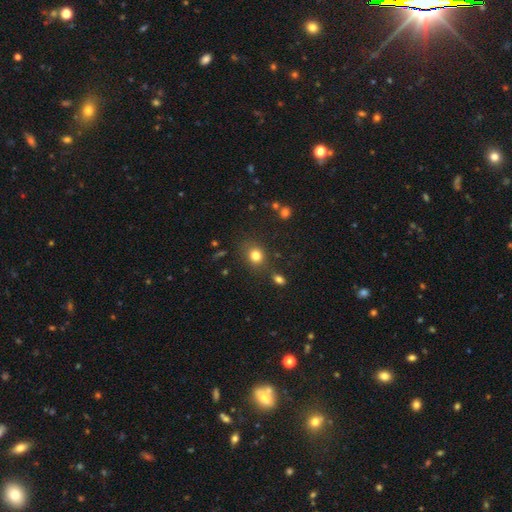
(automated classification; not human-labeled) Smooth or featured?
  - smooth: 80% *
  - star or artifact: 13%
  - featured or disk: 7%
How rounded?
  - round: 69% *
  - in between: 30%
  - cigar-shaped: 1%
Merging?
  - none: 78% *
  - minor disturbance: 12%
  - merger: 5%
  - major disturbance: 4%